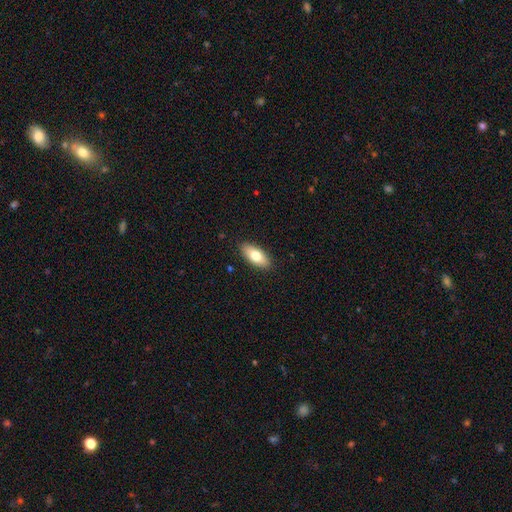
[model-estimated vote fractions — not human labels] smooth 75%, featured or disk 18%, star or artifact 6%. Down the decision tree: how rounded — in between (86%); merging — none (88%).